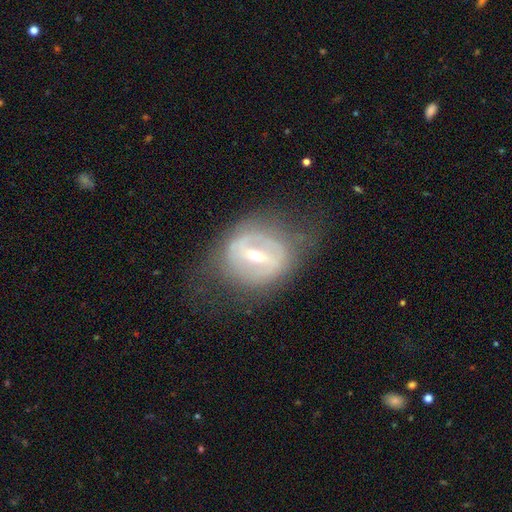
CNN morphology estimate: Smooth or featured: featured or disk — 78% (smooth — 15%)
Edge-on disk: no — 91% (yes — 9%)
Bar: strong — 63% (weak — 29%)
Spiral arms: yes — 50% (tied with no — 50%)
Bulge size: small — 48% (moderate — 47%)
Merging: none — 59% (minor disturbance — 22%)